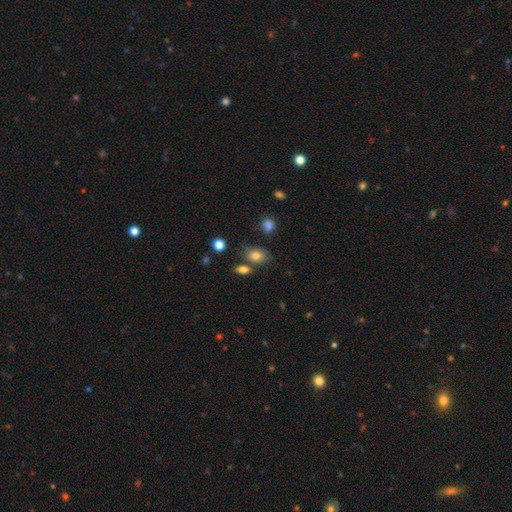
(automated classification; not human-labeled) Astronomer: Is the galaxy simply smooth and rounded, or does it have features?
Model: smooth — 79%.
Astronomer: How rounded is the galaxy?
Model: in between — 73%.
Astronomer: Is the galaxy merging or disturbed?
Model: none — 64%.